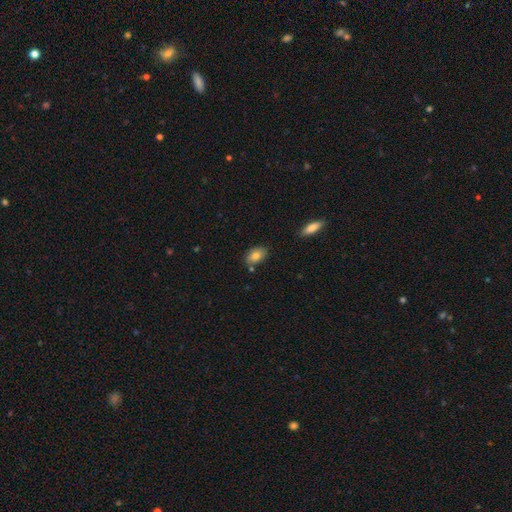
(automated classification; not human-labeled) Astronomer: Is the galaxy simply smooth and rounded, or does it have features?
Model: smooth — 81%.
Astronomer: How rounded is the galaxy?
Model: in between — 88%.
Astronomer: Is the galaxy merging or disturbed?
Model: none — 76%.